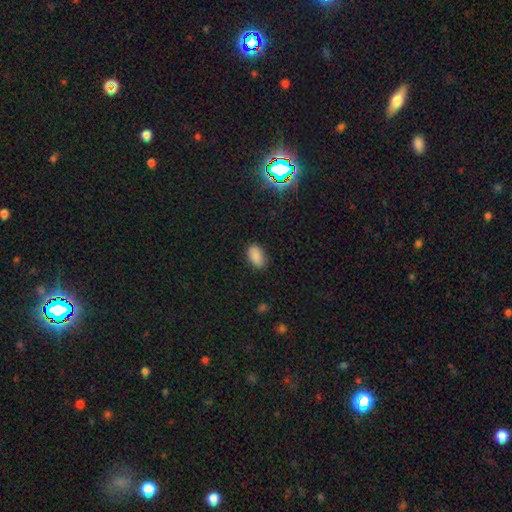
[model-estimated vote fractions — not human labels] A smooth galaxy with no disk features (85%) that is in between round and cigar-shaped (90%).

Vote fractions:
- Smooth or featured? smooth: 85% / star or artifact: 10% / featured or disk: 4%
- How rounded? in between: 90% / round: 9% / cigar-shaped: 2%
- Merging? none: 83% / minor disturbance: 13% / major disturbance: 3% / merger: 1%